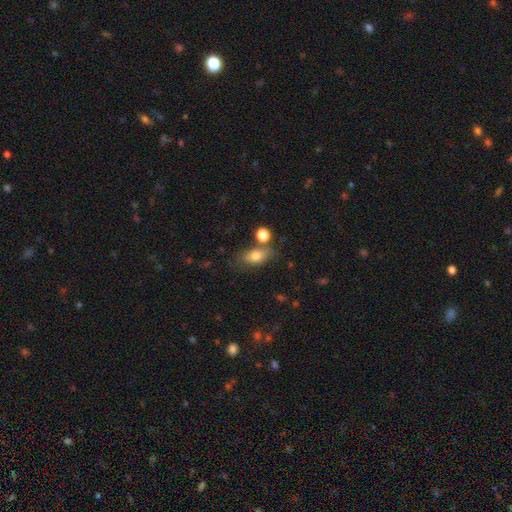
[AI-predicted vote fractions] smooth-or-featured: smooth: 78% | featured or disk: 13% | star or artifact: 10%
  how-rounded: in between: 80% | round: 13% | cigar-shaped: 6%
  merging: none: 63% | minor disturbance: 17% | merger: 14% | major disturbance: 6%